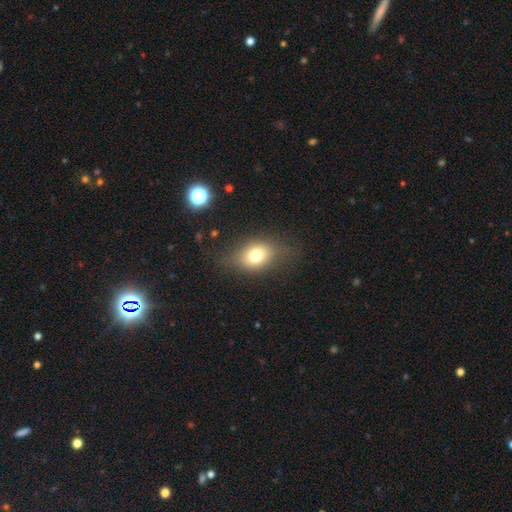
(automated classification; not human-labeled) This appears to be a smooth galaxy with no disk features (71%) that is in between round and cigar-shaped (65%). Merging: none (69%).